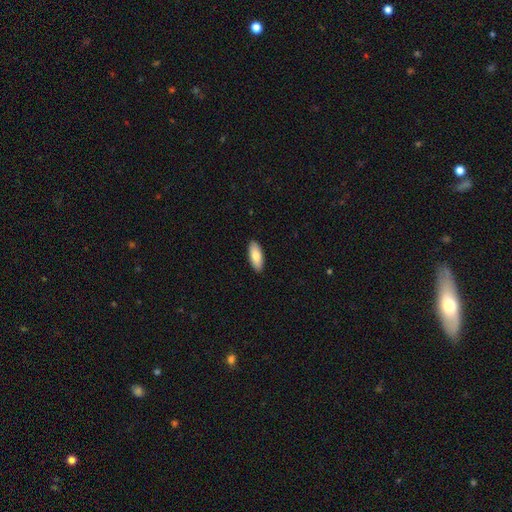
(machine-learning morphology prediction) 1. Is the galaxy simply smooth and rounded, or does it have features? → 80% smooth, 14% featured or disk, 5% star or artifact.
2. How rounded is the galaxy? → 80% in between, 18% cigar-shaped, 2% round.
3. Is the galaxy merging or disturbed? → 91% none, 7% minor disturbance, 1% major disturbance, 1% merger.